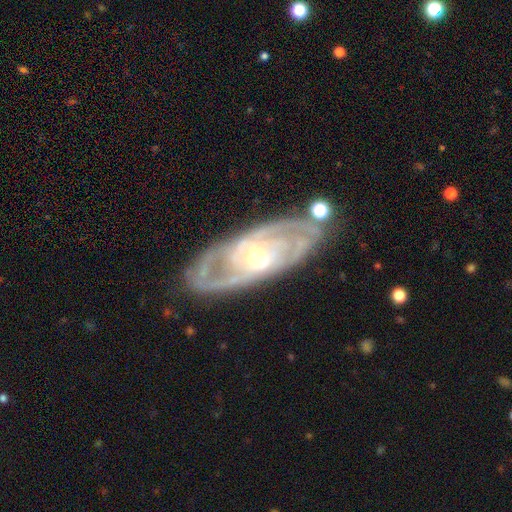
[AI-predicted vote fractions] Smooth or featured: featured or disk — 88% (smooth — 7%)
Edge-on disk: no — 90% (yes — 10%)
Bar: no — 47% (weak — 36%)
Spiral arms: yes — 95% (no — 5%)
Spiral winding: tight — 59% (medium — 34%)
Spiral arm count: 2 — 45% (can't tell — 24%)
Bulge size: small — 56% (moderate — 40%)
Merging: none — 79% (minor disturbance — 14%)